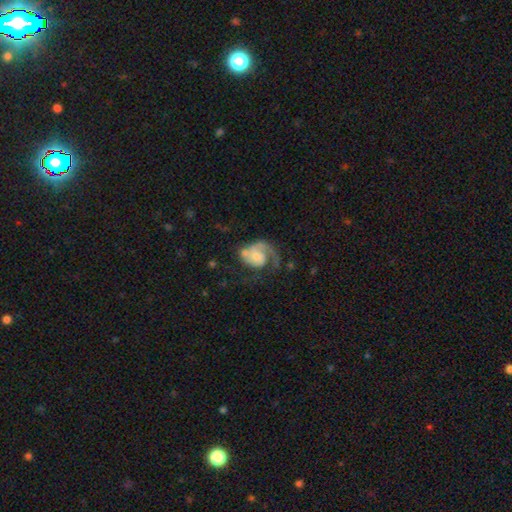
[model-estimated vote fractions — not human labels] A featured or disk galaxy (75%) with no bar (73%), 1 (73%) medium (39%) spiral arms (91%) and a small central bulge (44%). Merging: none (39%).